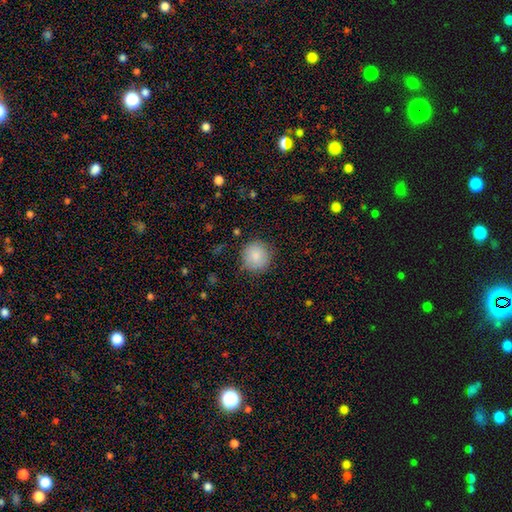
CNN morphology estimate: This appears to be a smooth galaxy with no disk features (86%) that is round (93%). Merging: none (84%).